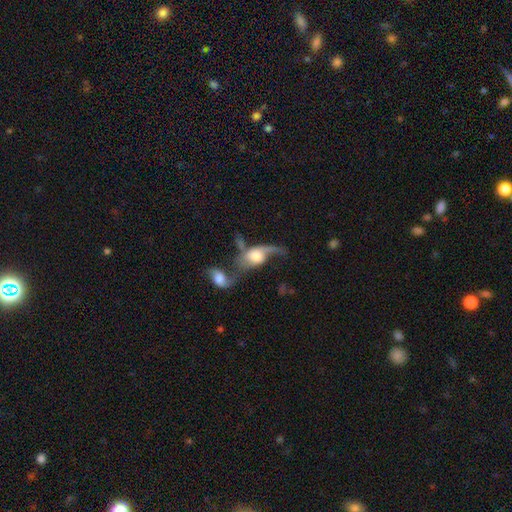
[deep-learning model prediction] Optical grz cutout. It shows a featured or disk galaxy (61%) with no bar (69%), spiral arms (78%) and a large central bulge (40%). Merging: merger (66%).